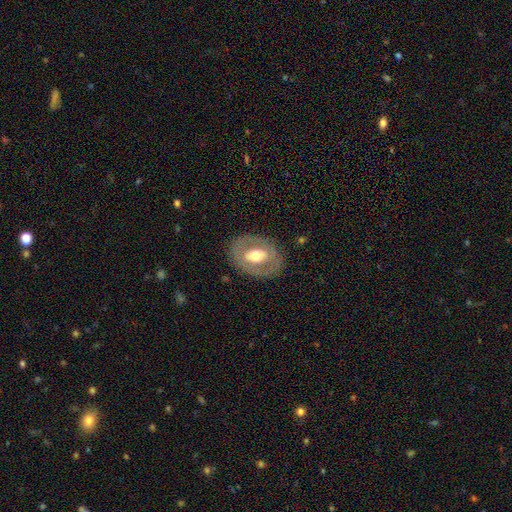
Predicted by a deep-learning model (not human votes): Morphology: type=featured or disk (55%); edge-on=no (92%); bar=no (50%); spiral arms=no (85%); bulge=moderate (66%); merging=none (81%).